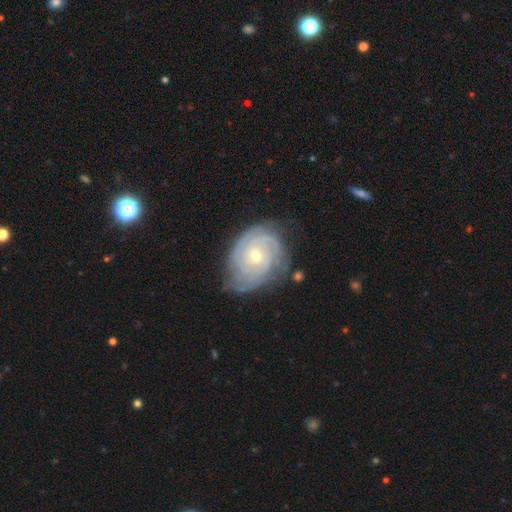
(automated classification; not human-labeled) featured or disk 85%, smooth 9%, star or artifact 6%. Down the decision tree: edge-on disk — no (97%); bar — no (72%); spiral arms — yes (96%); spiral arm count — can't tell (32%); spiral winding — tight (77%); bulge size — small (55%); merging — none (70%).